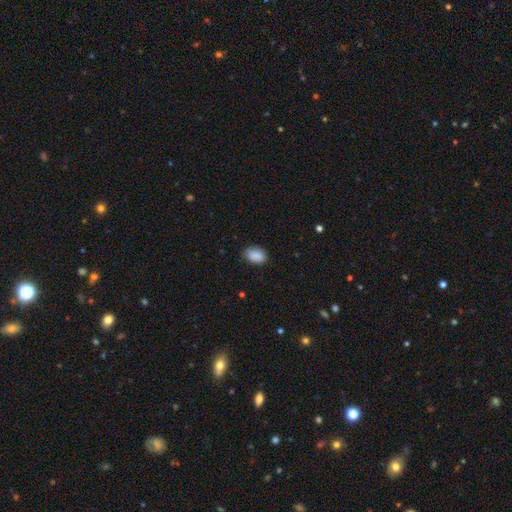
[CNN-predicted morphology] This appears to be a smooth galaxy with no disk features (88%) that is in between round and cigar-shaped (86%). Merging: none (79%).